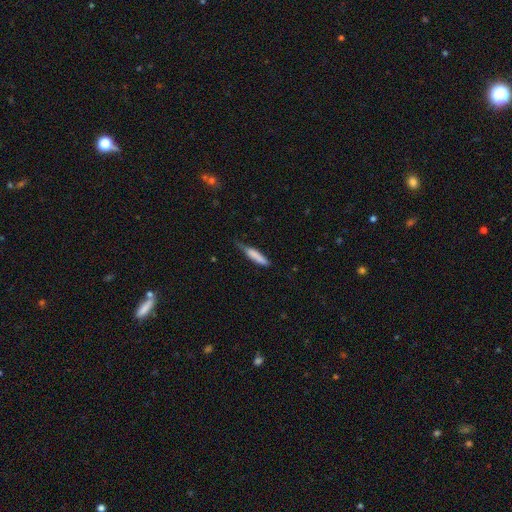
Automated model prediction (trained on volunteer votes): This is likely a smooth galaxy (78%). How rounded: clearly cigar-shaped (84%). Merging: possibly none (49%).